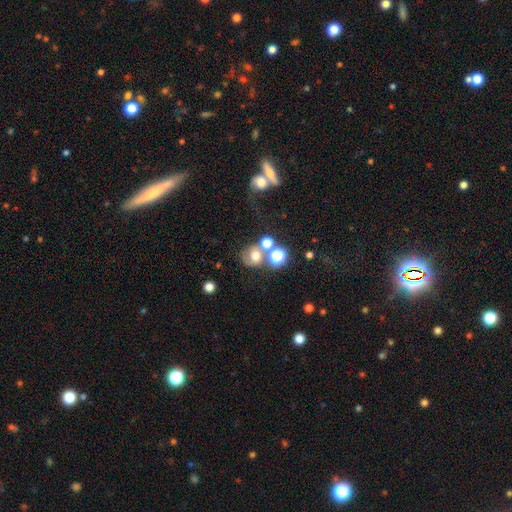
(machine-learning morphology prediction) Smooth or featured?
  - smooth: 59% *
  - featured or disk: 22%
  - star or artifact: 19%
How rounded?
  - round: 74% *
  - in between: 25%
  - cigar-shaped: 1%
Merging?
  - none: 43% *
  - merger: 31%
  - minor disturbance: 14%
  - major disturbance: 12%